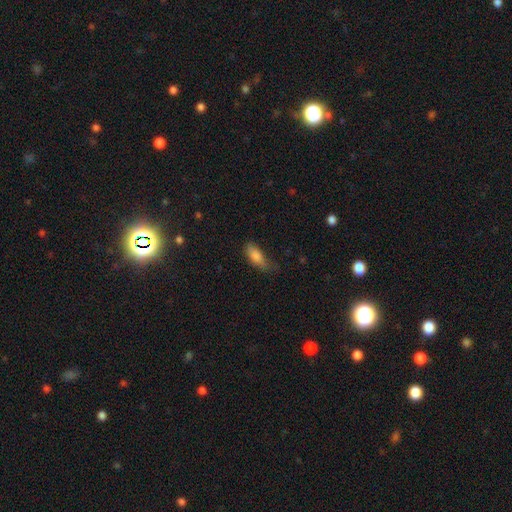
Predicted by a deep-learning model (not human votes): A smooth galaxy with no disk features (81%) that is in between round and cigar-shaped (76%).

Vote fractions:
- Smooth or featured? smooth: 81% / featured or disk: 11% / star or artifact: 8%
- How rounded? in between: 76% / cigar-shaped: 20% / round: 3%
- Merging? none: 48% / minor disturbance: 36% / major disturbance: 14% / merger: 2%